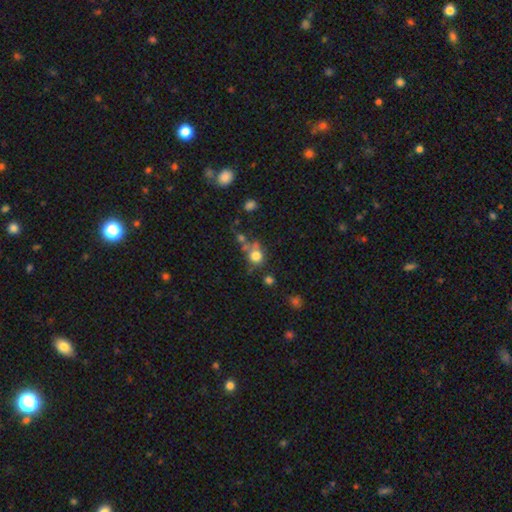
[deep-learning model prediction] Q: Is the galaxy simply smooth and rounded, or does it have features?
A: smooth — 74%.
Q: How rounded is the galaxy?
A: round — 82%.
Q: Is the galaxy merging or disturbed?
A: none — 50%.